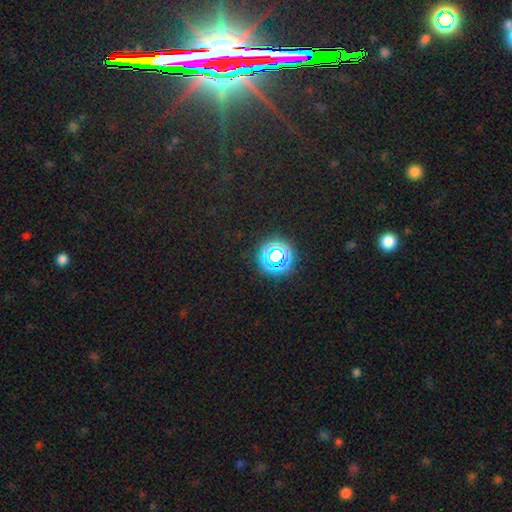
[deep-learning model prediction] Overall: star or artifact (59%; smooth 32%).